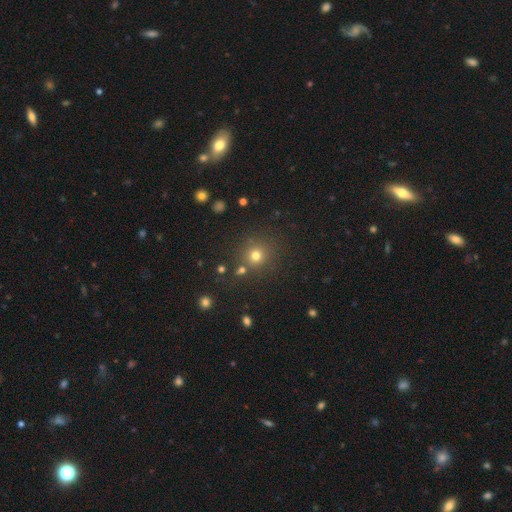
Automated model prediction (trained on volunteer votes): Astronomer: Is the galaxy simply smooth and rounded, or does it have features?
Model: smooth — 75%.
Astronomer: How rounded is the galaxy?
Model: round — 91%.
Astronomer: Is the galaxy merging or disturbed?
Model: none — 80%.